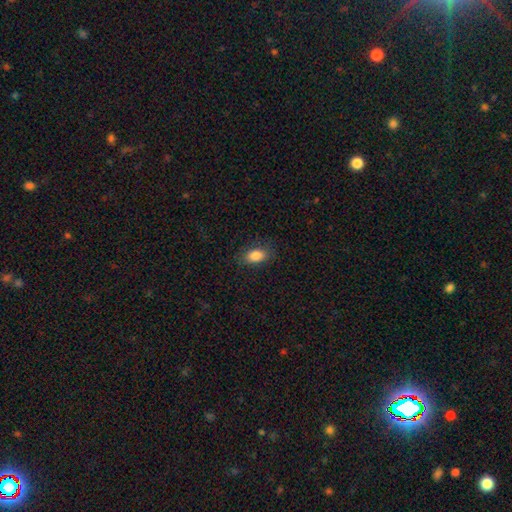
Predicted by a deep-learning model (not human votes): Smooth or featured?
  - smooth: 86% *
  - star or artifact: 8%
  - featured or disk: 6%
How rounded?
  - in between: 88% *
  - round: 9%
  - cigar-shaped: 3%
Merging?
  - none: 84% *
  - minor disturbance: 12%
  - major disturbance: 3%
  - merger: 1%